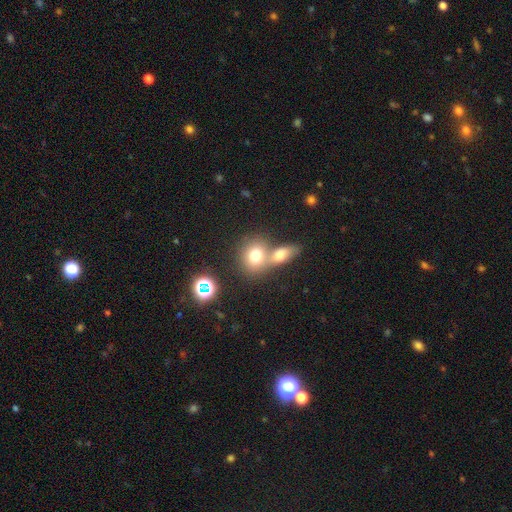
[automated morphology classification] Smooth or featured: smooth — 73% (featured or disk — 14%)
How rounded: round — 65% (in between — 33%)
Merging: merger — 52% (none — 38%)